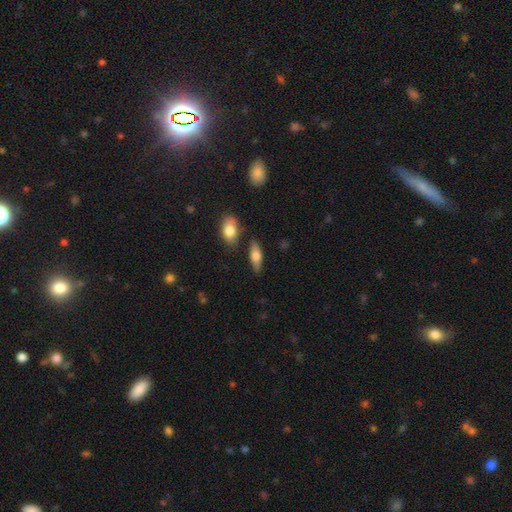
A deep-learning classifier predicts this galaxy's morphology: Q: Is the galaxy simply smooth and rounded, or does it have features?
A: smooth — 66%.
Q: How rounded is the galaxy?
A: in between — 67%.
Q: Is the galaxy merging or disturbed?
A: none — 78%.